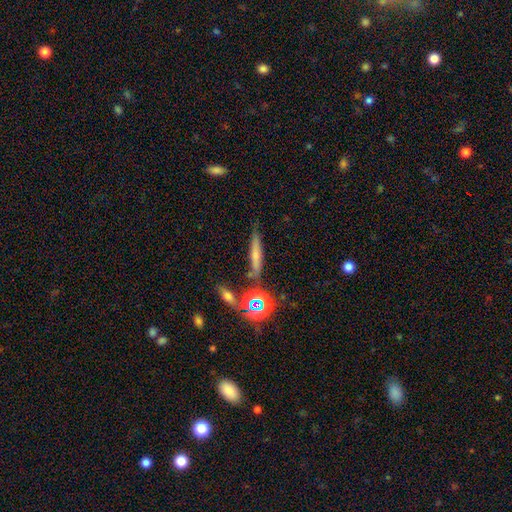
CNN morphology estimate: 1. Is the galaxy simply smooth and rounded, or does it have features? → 57% smooth, 26% featured or disk, 18% star or artifact.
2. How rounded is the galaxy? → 83% cigar-shaped, 11% in between, 6% round.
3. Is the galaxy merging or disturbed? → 73% none, 15% minor disturbance, 8% merger, 5% major disturbance.